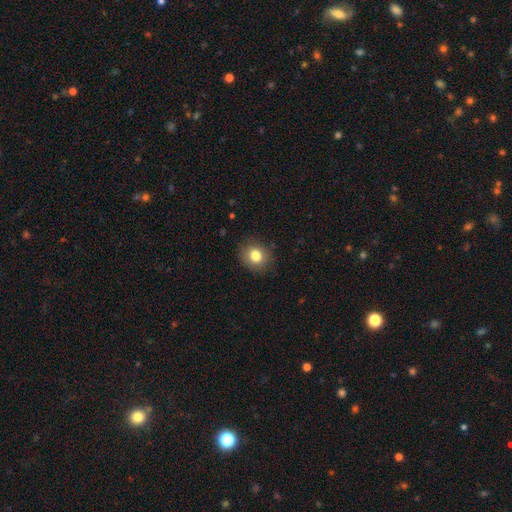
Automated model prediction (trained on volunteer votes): Overall: smooth (81%). How rounded: round (76%). Merging: none (88%).